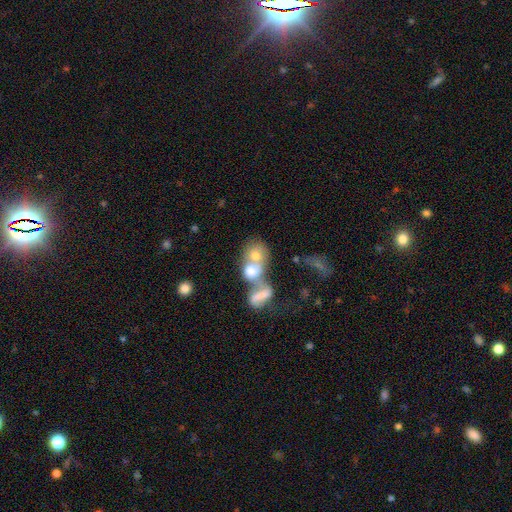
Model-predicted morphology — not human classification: smooth_or_featured: smooth (p=0.62) [alt: featured or disk p=0.26]
how_rounded: round (p=0.56) [alt: in between p=0.41]
merging: merger (p=0.70) [alt: none p=0.18]